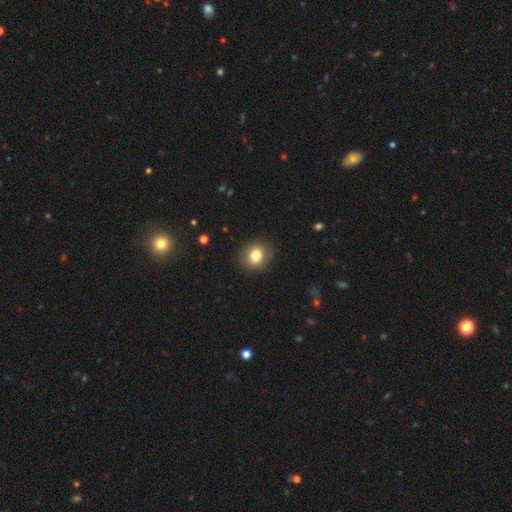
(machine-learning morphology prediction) This appears to be a smooth galaxy with no disk features (82%) that is round (79%). Merging: none (88%).